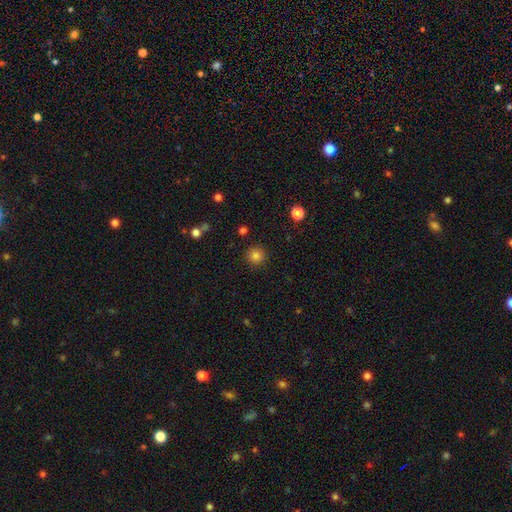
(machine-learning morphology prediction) Smooth or featured? smooth (83%)
How rounded? round (94%)
Merging? none (91%)